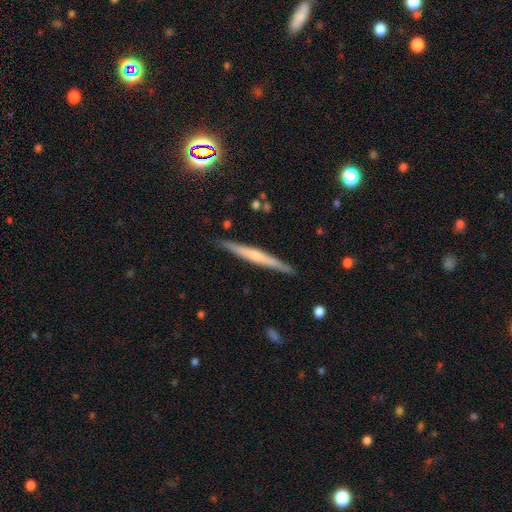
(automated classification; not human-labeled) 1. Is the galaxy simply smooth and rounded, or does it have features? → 56% featured or disk, 37% smooth, 7% star or artifact.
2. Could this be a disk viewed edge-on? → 97% yes, 3% no.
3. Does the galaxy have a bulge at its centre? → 46% rounded, 45% none, 8% boxy.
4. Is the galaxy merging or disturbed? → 90% none, 8% minor disturbance, 1% major disturbance, 1% merger.